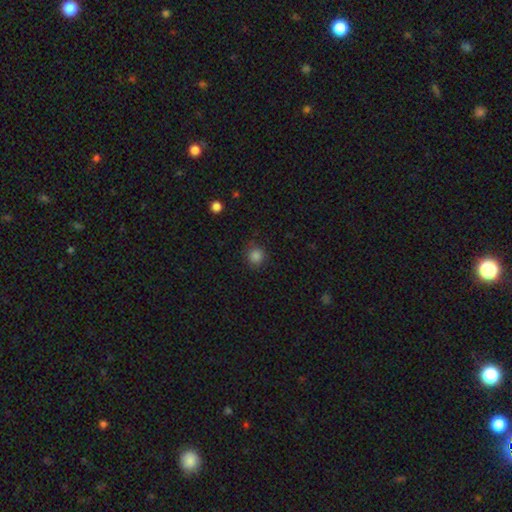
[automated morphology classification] This appears to be a smooth galaxy with no disk features (85%) that is round (92%). Merging: none (86%).